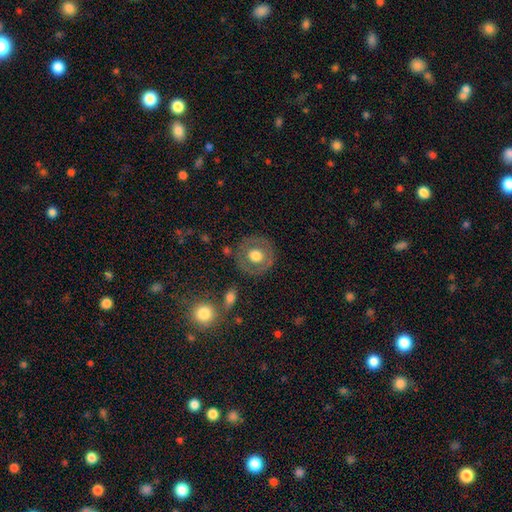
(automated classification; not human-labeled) smooth-or-featured: smooth: 56% | featured or disk: 37% | star or artifact: 7%
  how-rounded: round: 91% | in between: 8% | cigar-shaped: 1%
  merging: none: 82% | minor disturbance: 10% | major disturbance: 5% | merger: 2%